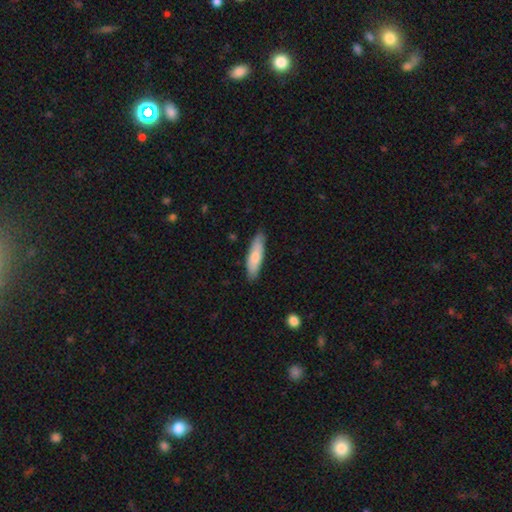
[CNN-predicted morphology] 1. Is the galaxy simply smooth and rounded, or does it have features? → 75% smooth, 20% featured or disk, 5% star or artifact.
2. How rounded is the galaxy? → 70% cigar-shaped, 28% in between, 2% round.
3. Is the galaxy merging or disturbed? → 86% none, 11% minor disturbance, 2% major disturbance, 1% merger.